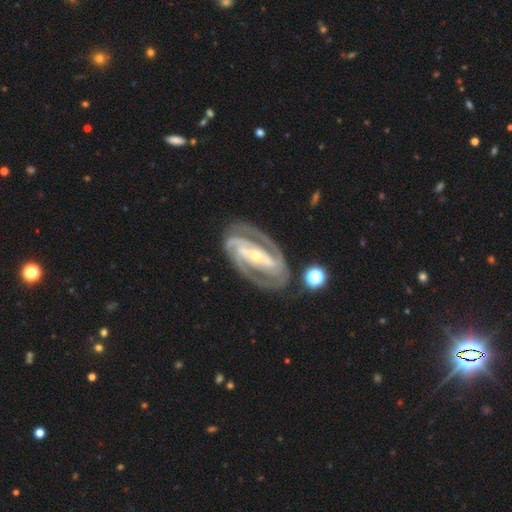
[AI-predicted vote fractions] Smooth or featured? featured or disk (92%)
Edge-on disk? no (96%)
Bar? strong (67%)
Spiral arms? yes (97%)
Spiral winding? tight (59%)
Spiral arm count? 2 (76%)
Bulge size? small (64%)
Merging? none (79%)